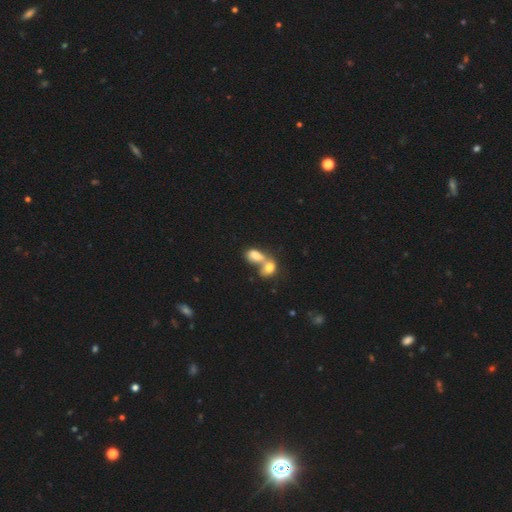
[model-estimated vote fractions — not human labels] This appears to be a smooth galaxy with no disk features (76%) that is in between round and cigar-shaped (82%). Merging: merger (74%).